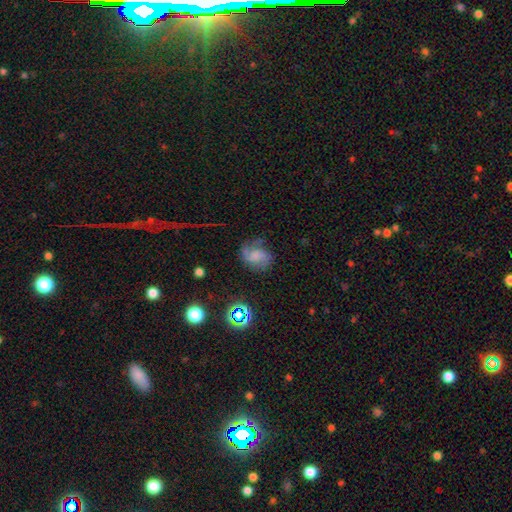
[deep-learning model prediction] smooth_or_featured: featured or disk (p=0.52) [alt: smooth p=0.33]
disk_edge_on: no (p=0.97) [alt: yes p=0.03]
bar: no (p=0.59) [alt: weak p=0.32]
has_spiral_arms: yes (p=0.87) [alt: no p=0.13]
bulge_size: none (p=0.50) [alt: small p=0.22]
merging: none (p=0.55) [alt: minor disturbance p=0.25]